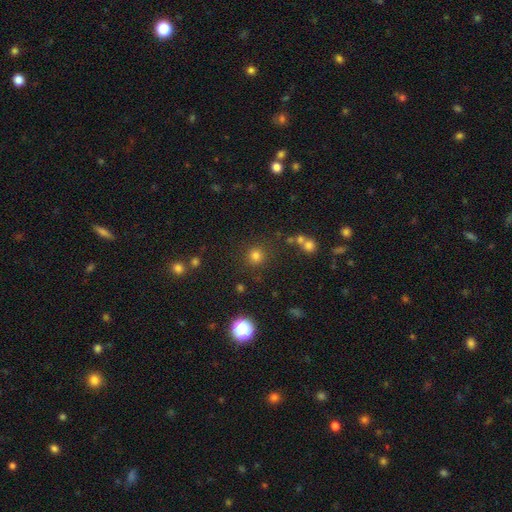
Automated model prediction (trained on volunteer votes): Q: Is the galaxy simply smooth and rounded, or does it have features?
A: smooth — 77%.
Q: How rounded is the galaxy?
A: round — 93%.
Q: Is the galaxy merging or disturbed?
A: none — 85%.